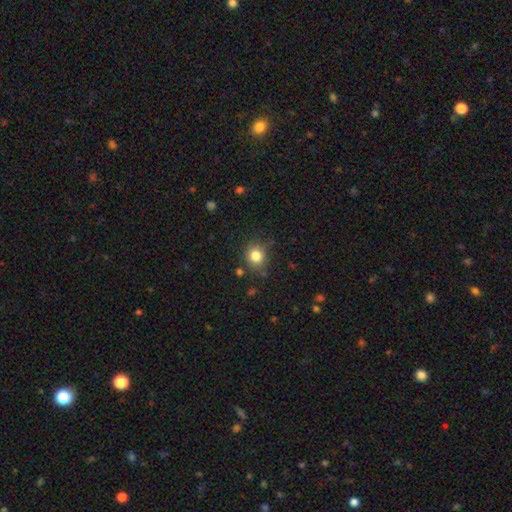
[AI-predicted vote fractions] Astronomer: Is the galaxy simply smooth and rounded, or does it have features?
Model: smooth — 82%.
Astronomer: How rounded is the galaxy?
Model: round — 81%.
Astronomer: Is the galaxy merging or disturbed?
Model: none — 81%.